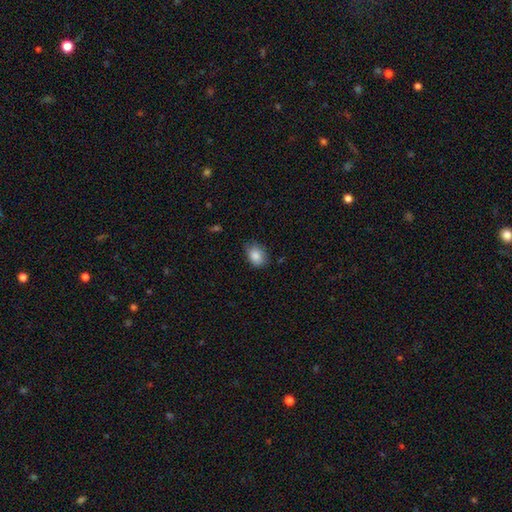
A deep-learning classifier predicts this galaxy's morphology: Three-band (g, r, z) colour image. It shows a smooth galaxy with no disk features (86%) that is in between round and cigar-shaped (71%). Merging: none (67%).